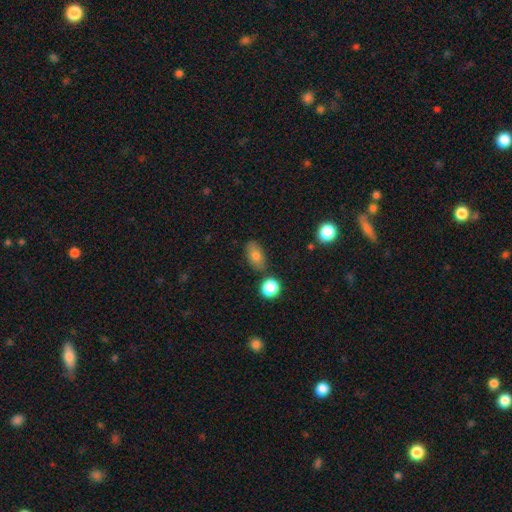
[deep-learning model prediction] Smooth or featured: smooth — 77% (featured or disk — 13%)
How rounded: in between — 86% (round — 10%)
Merging: none — 78% (minor disturbance — 13%)